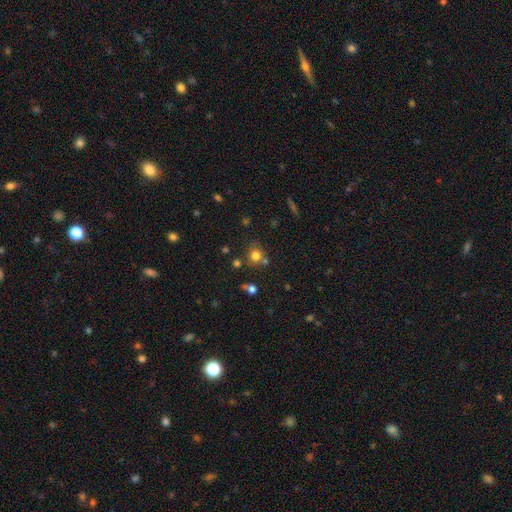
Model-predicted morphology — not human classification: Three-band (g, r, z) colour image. It shows a smooth galaxy with no disk features (76%) that is round (84%). Merging: none (64%).